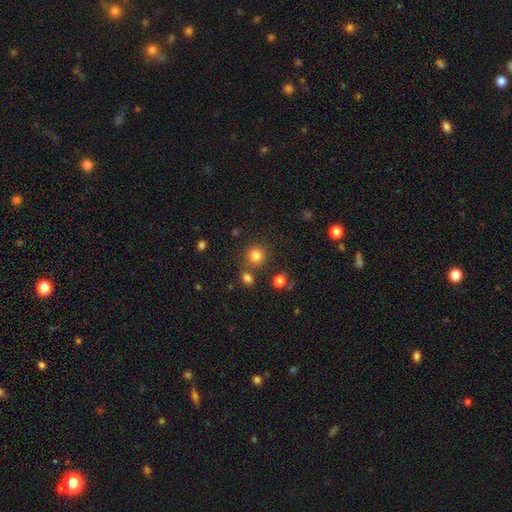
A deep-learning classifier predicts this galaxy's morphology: This is likely a smooth galaxy (80%). How rounded: clearly round (90%). Merging: likely none (75%).